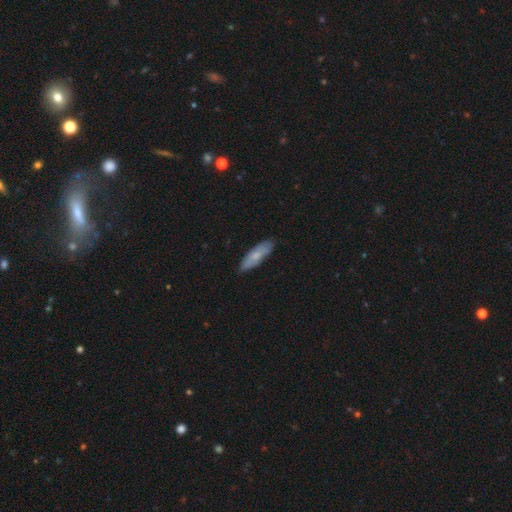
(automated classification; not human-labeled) Overall: smooth (65%; featured or disk 29%). How rounded: cigar-shaped (50%; in between 48%). Merging: none (79%).